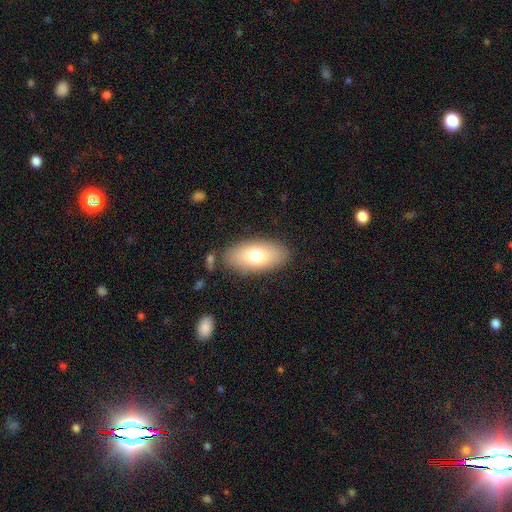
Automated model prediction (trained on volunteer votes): A smooth galaxy with no disk features (73%) that is in between round and cigar-shaped (91%). Merging: none (82%).